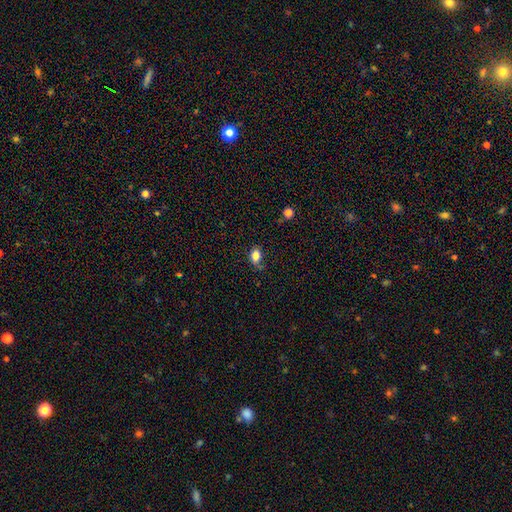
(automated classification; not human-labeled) Q: Smooth or featured?
A: smooth (82%); runner-up: star or artifact (11%)
Q: How rounded?
A: in between (78%); runner-up: round (20%)
Q: Merging?
A: none (71%); runner-up: minor disturbance (21%)